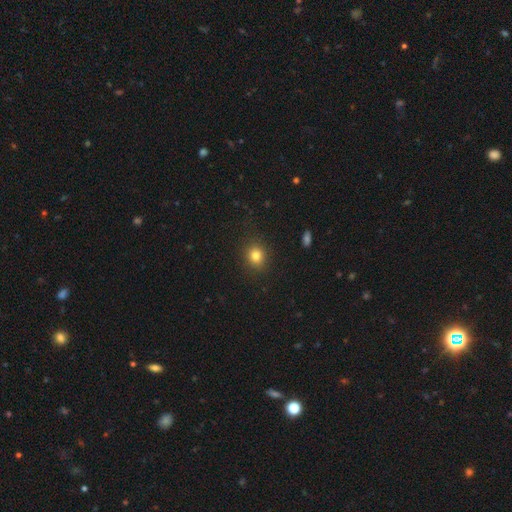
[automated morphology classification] A smooth galaxy with no disk features (81%) that is round (79%).

Vote fractions:
- Smooth or featured? smooth: 81% / star or artifact: 12% / featured or disk: 6%
- How rounded? round: 79% / in between: 20% / cigar-shaped: 1%
- Merging? none: 89% / minor disturbance: 7% / major disturbance: 2% / merger: 1%